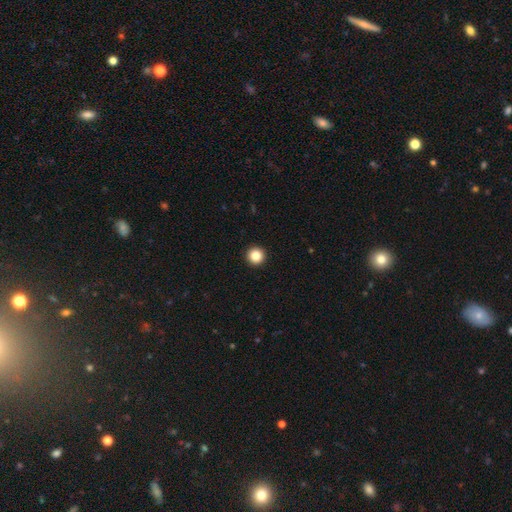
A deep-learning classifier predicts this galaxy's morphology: type=smooth (86%); roundness=round (96%); merging=none (94%).